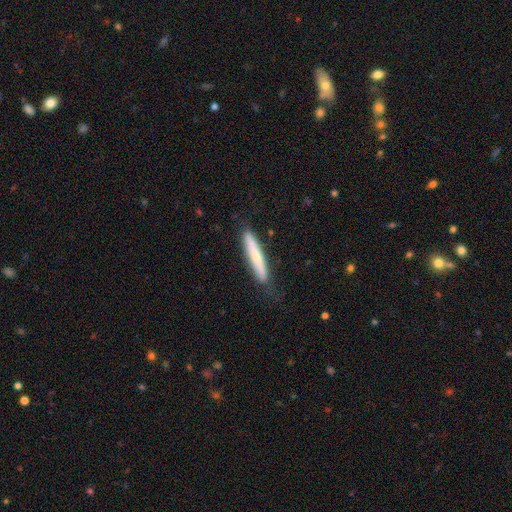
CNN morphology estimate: type=smooth (58%); roundness=cigar-shaped (94%); merging=none (80%).